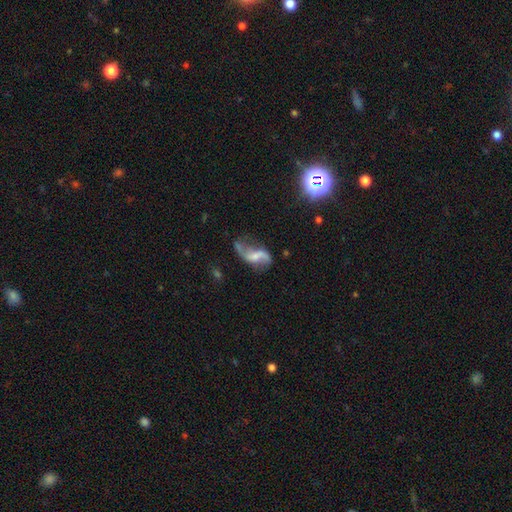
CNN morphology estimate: This appears to be a featured or disk galaxy (78%) with no bar (43%), 2 (90%) loose (83%) spiral arms (91%) and a small central bulge (41%). Merging: none (51%).